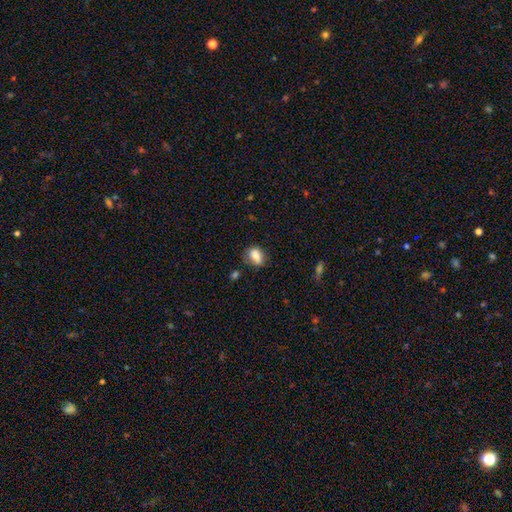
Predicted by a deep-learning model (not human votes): A smooth galaxy with no disk features (75%) that is in between round and cigar-shaped (68%). Merging: none (66%).